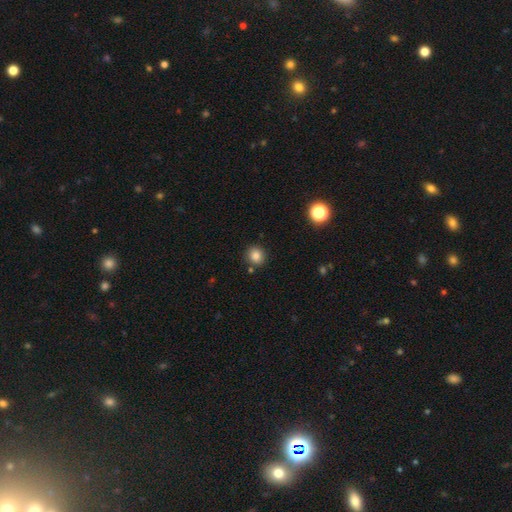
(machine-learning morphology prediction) Overall: smooth (83%). How rounded: round (86%). Merging: none (85%).